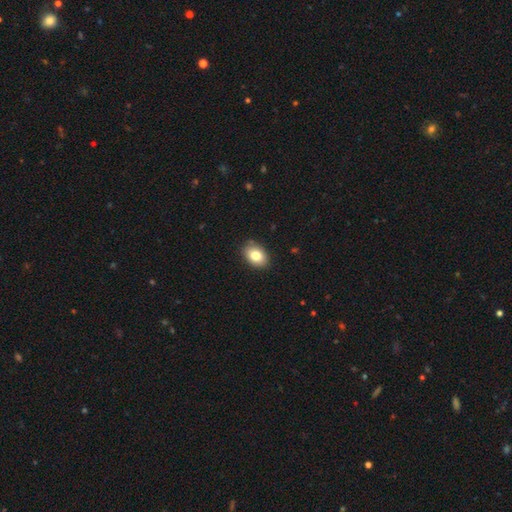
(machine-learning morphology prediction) smooth_or_featured: smooth (p=0.82) [alt: featured or disk p=0.10]
how_rounded: in between (p=0.83) [alt: round p=0.16]
merging: none (p=0.87) [alt: minor disturbance p=0.10]